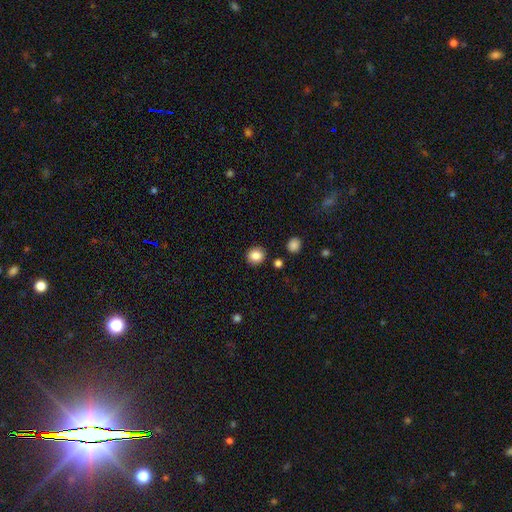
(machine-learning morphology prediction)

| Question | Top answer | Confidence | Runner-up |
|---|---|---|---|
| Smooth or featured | smooth | 86% | star or artifact (10%) |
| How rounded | round | 83% | in between (16%) |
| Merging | none | 88% | minor disturbance (7%) |